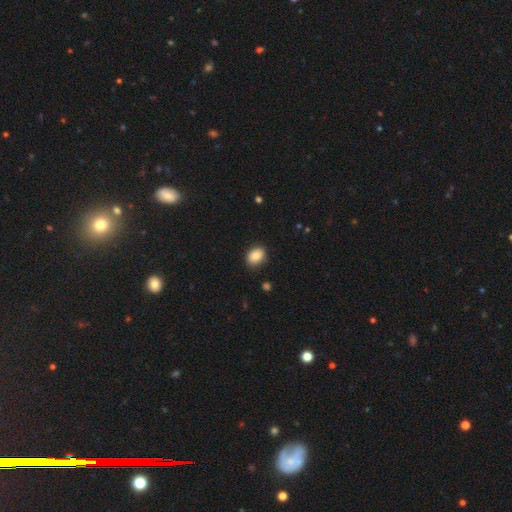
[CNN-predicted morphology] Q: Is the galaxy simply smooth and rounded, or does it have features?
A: smooth — 87%.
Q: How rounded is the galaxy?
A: in between — 69%.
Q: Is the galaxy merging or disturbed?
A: none — 86%.